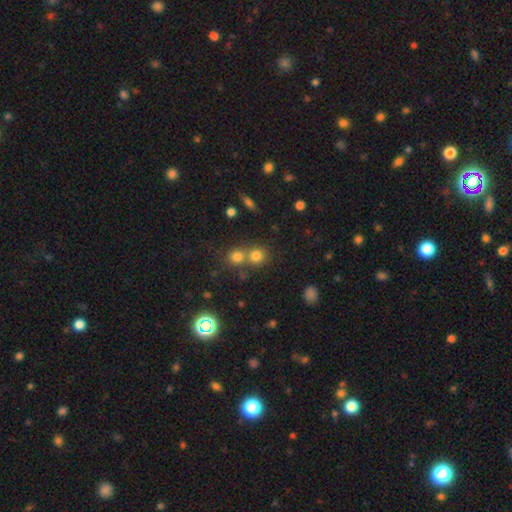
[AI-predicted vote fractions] Smooth or featured? Predicted: smooth (p=0.76). How rounded? Predicted: round (p=0.86). Merging? Predicted: none (p=0.51).